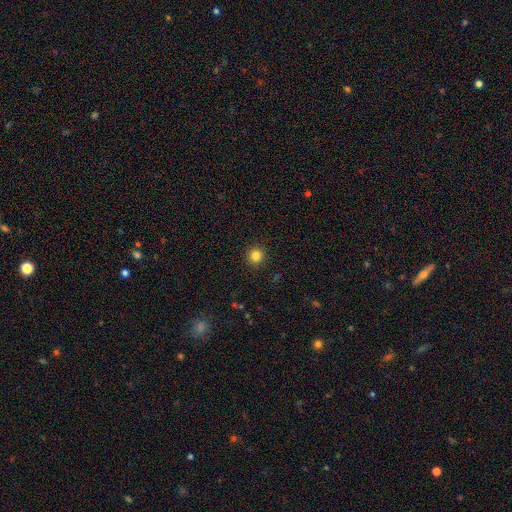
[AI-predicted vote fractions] smooth-or-featured: smooth: 83% | star or artifact: 12% | featured or disk: 5%
  how-rounded: round: 94% | in between: 5% | cigar-shaped: 1%
  merging: none: 93% | minor disturbance: 5% | major disturbance: 2% | merger: 1%